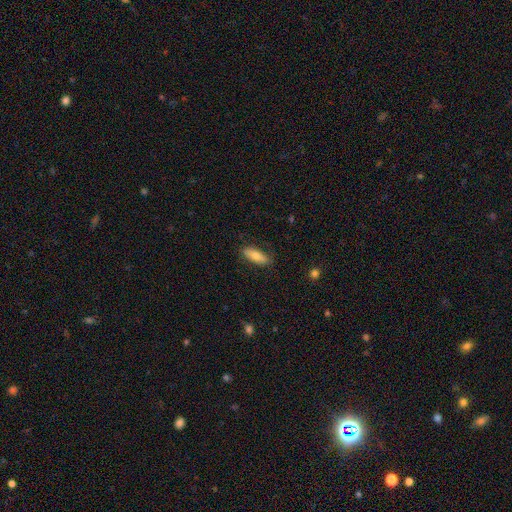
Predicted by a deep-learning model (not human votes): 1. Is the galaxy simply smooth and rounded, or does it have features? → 76% smooth, 18% featured or disk, 6% star or artifact.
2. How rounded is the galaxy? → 63% in between, 35% cigar-shaped, 2% round.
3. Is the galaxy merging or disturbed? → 83% none, 13% minor disturbance, 3% major disturbance, 1% merger.